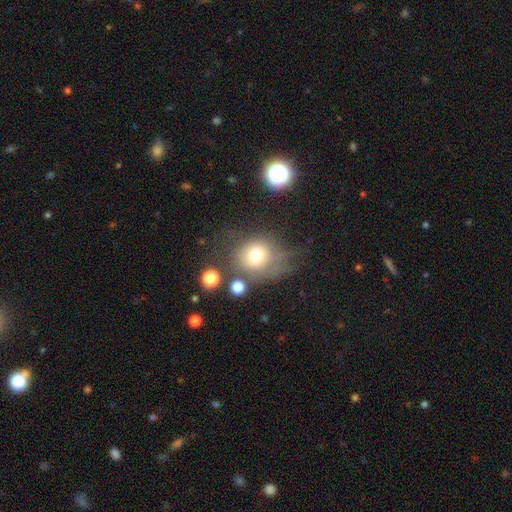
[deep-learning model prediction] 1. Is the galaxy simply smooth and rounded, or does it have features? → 69% smooth, 18% featured or disk, 13% star or artifact.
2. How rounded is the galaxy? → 72% round, 27% in between, 1% cigar-shaped.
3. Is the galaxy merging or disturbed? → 42% none, 25% major disturbance, 24% minor disturbance, 9% merger.